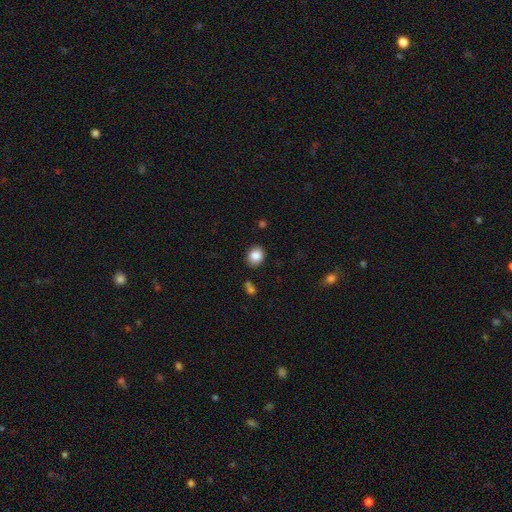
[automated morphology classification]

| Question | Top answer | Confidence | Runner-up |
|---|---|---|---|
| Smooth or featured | smooth | 85% | star or artifact (9%) |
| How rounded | round | 56% | in between (44%) |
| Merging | none | 83% | minor disturbance (11%) |